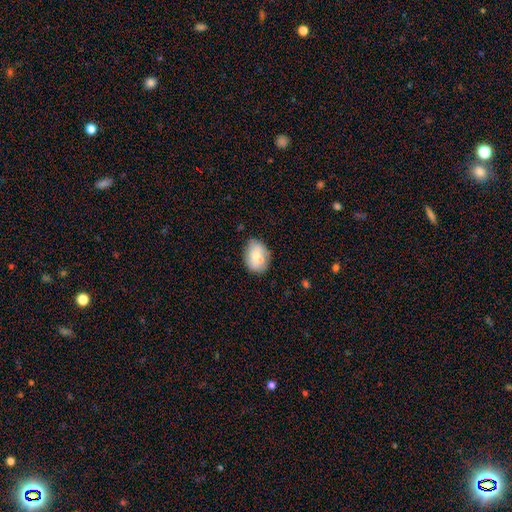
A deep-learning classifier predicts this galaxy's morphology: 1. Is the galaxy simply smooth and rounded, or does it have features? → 65% smooth, 27% featured or disk, 8% star or artifact.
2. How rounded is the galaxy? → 68% in between, 31% round, 1% cigar-shaped.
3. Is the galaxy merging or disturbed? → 61% none, 19% minor disturbance, 15% merger, 5% major disturbance.